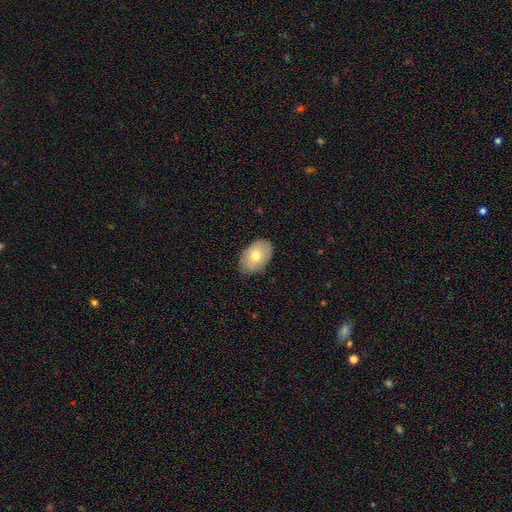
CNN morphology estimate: Q: Smooth or featured?
A: smooth (70%); runner-up: featured or disk (23%)
Q: How rounded?
A: in between (87%); runner-up: round (12%)
Q: Merging?
A: none (83%); runner-up: minor disturbance (13%)